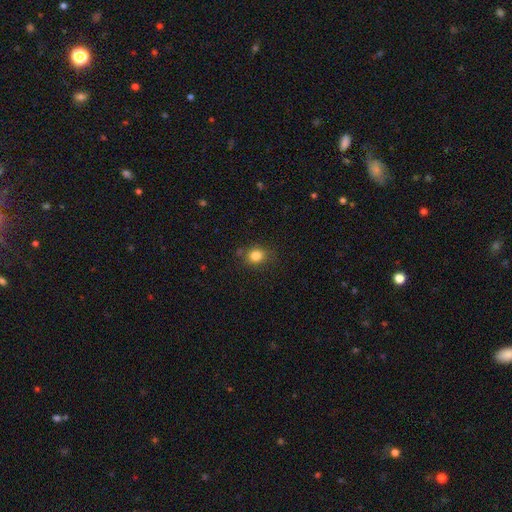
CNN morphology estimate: type=smooth (83%); roundness=round (65%); merging=none (77%).